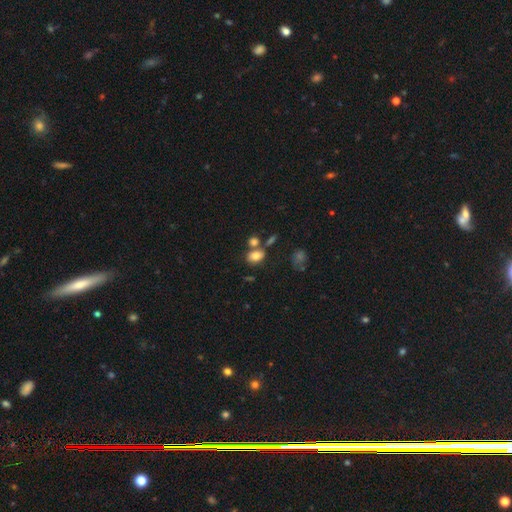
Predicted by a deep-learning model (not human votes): Smooth or featured: smooth — 79% (star or artifact — 11%)
How rounded: in between — 74% (round — 24%)
Merging: none — 52% (merger — 29%)